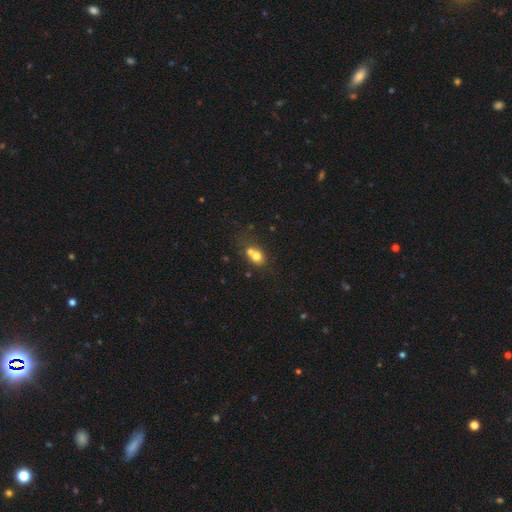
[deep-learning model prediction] Morphology: type=smooth (70%); roundness=round (53%); merging=merger (54%).